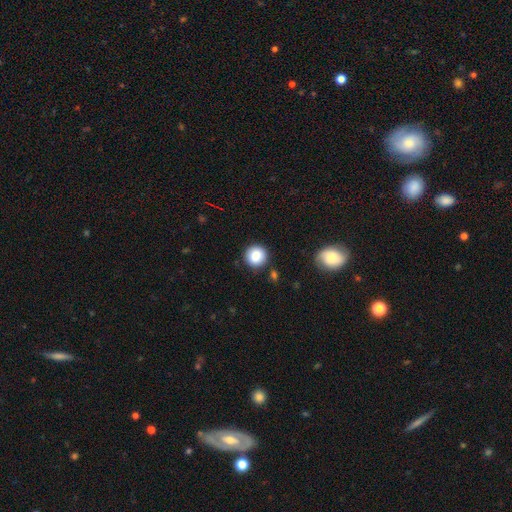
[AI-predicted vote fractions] Smooth or featured? smooth (85%)
How rounded? round (95%)
Merging? none (89%)